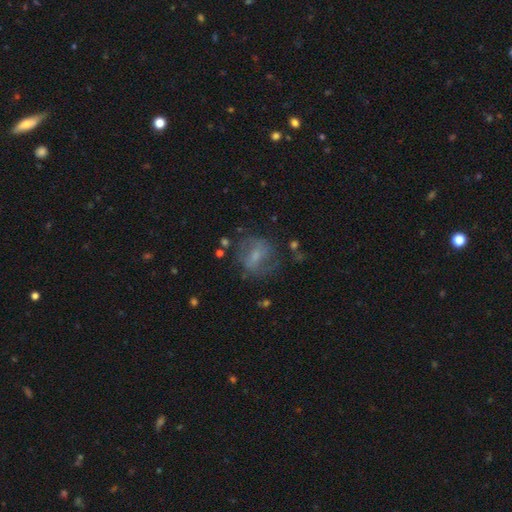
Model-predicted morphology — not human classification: Q: Smooth or featured?
A: featured or disk (51%); runner-up: smooth (37%)
Q: Edge-on disk?
A: no (95%); runner-up: yes (5%)
Q: Merging?
A: none (60%); runner-up: minor disturbance (21%)